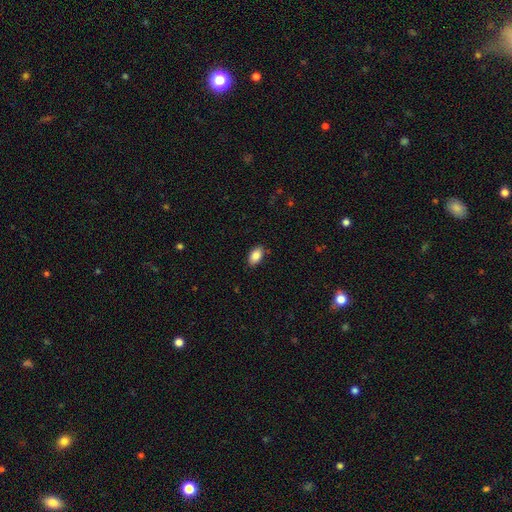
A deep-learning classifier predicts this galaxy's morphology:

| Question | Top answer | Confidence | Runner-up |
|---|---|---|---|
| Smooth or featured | smooth | 87% | star or artifact (8%) |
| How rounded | in between | 93% | round (6%) |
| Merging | none | 86% | minor disturbance (11%) |